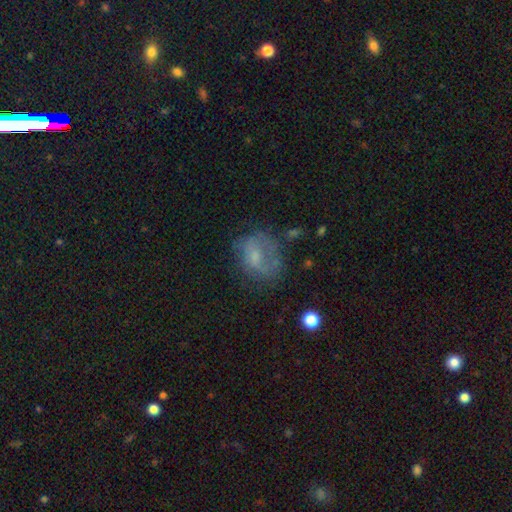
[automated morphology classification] type=smooth (44%); merging=none (47%).